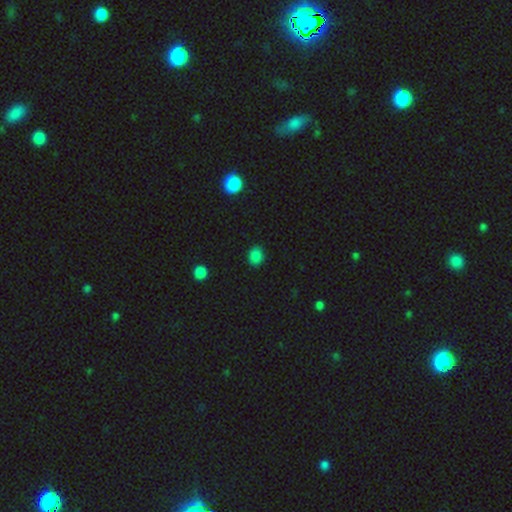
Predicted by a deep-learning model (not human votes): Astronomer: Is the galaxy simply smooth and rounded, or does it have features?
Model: smooth — 84%.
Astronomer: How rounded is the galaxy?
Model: round — 50% (runner-up: in between, 49%).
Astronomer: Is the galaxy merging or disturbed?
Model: none — 87%.